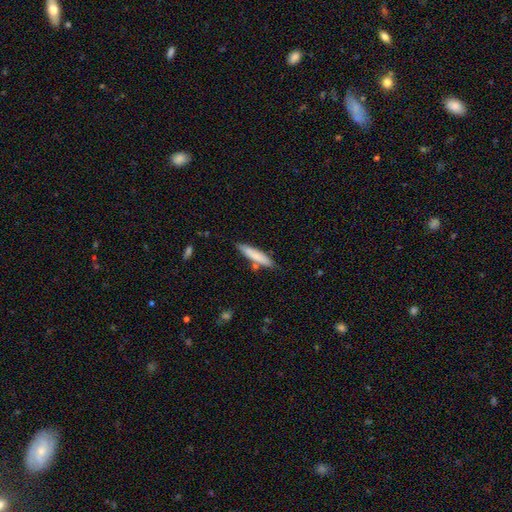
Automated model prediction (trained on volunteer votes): Smooth or featured?
  - smooth: 76% *
  - featured or disk: 17%
  - star or artifact: 6%
How rounded?
  - cigar-shaped: 85% *
  - in between: 13%
  - round: 1%
Merging?
  - none: 78% *
  - minor disturbance: 14%
  - merger: 6%
  - major disturbance: 3%